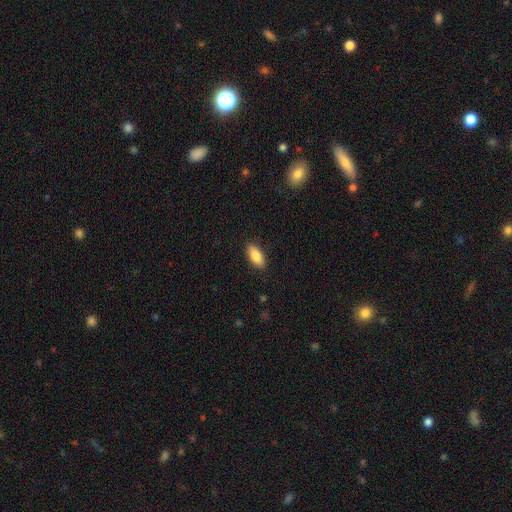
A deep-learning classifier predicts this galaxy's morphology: This is clearly a smooth galaxy (87%). How rounded: clearly in between (86%). Merging: clearly none (88%).